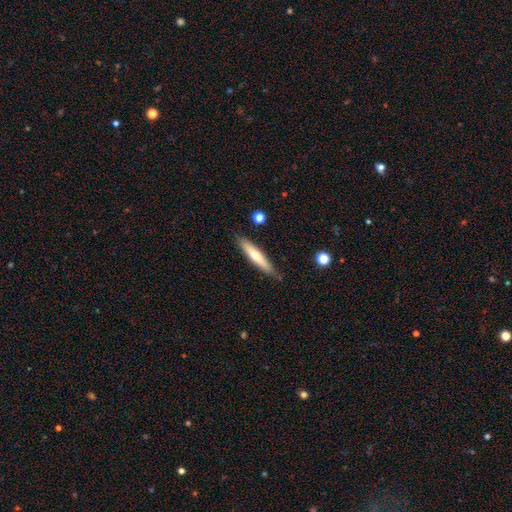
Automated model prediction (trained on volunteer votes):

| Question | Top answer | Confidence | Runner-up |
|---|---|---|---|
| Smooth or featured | smooth | 54% | featured or disk (40%) |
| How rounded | cigar-shaped | 86% | in between (13%) |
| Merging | none | 84% | minor disturbance (12%) |